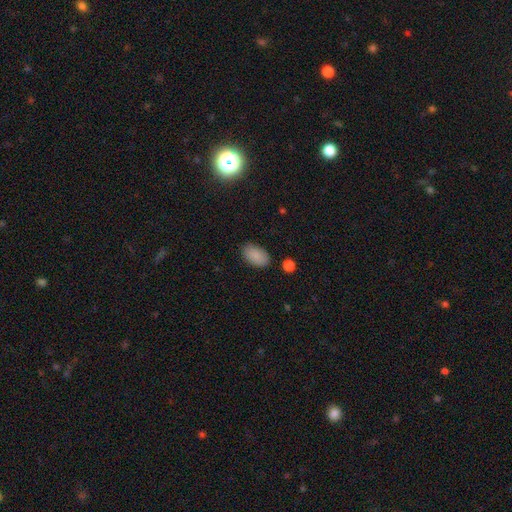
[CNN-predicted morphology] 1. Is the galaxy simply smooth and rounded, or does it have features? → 89% smooth, 7% star or artifact, 4% featured or disk.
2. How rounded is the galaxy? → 94% in between, 4% round, 2% cigar-shaped.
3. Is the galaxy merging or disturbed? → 86% none, 10% minor disturbance, 2% major disturbance, 2% merger.